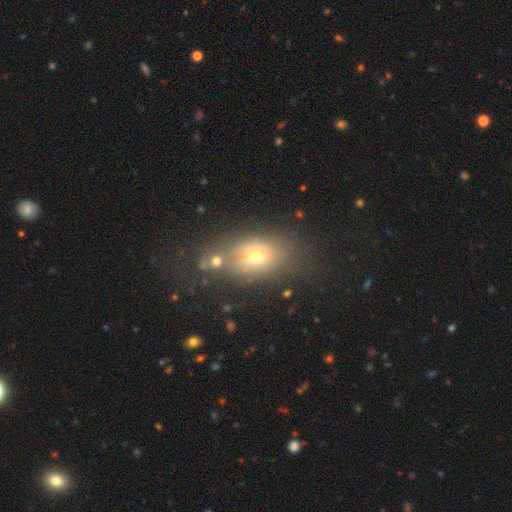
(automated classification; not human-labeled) Q: Smooth or featured?
A: smooth (56%); runner-up: featured or disk (28%)
Q: How rounded?
A: in between (77%); runner-up: round (19%)
Q: Merging?
A: none (53%); runner-up: minor disturbance (20%)